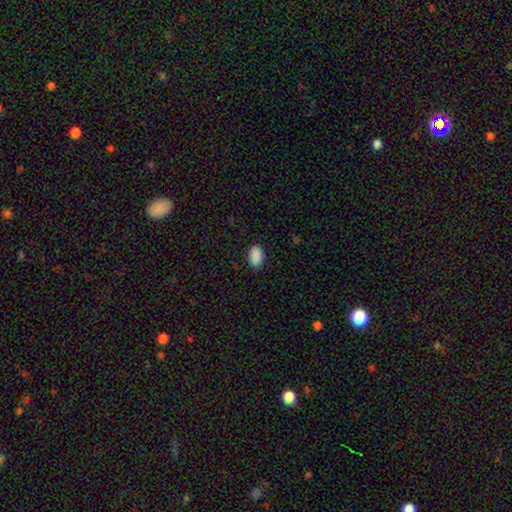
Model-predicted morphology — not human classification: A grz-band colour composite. It shows a smooth galaxy with no disk features (90%) that is in between round and cigar-shaped (92%). Merging: none (87%).